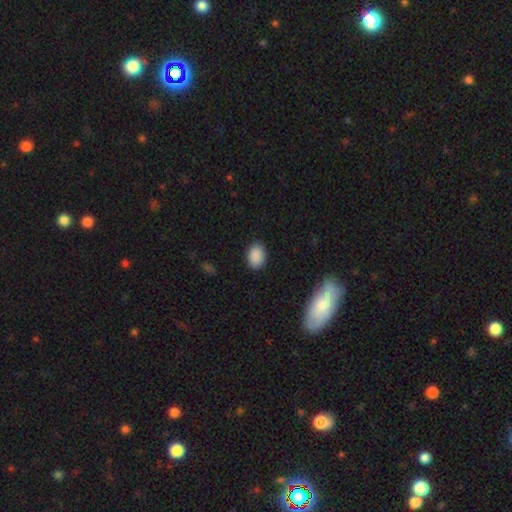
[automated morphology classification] Smooth or featured?
  - smooth: 89% *
  - star or artifact: 8%
  - featured or disk: 3%
How rounded?
  - in between: 77% *
  - round: 22%
  - cigar-shaped: 1%
Merging?
  - none: 86% *
  - minor disturbance: 10%
  - major disturbance: 2%
  - merger: 1%